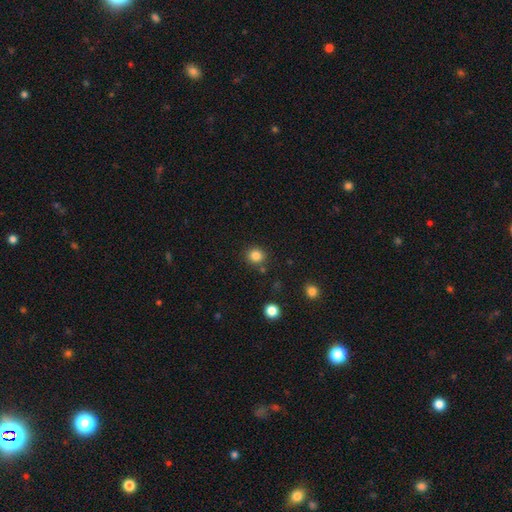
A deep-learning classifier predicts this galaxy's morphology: smooth_or_featured: smooth (p=0.84) [alt: star or artifact p=0.12]
how_rounded: round (p=0.86) [alt: in between p=0.13]
merging: none (p=0.85) [alt: minor disturbance p=0.08]